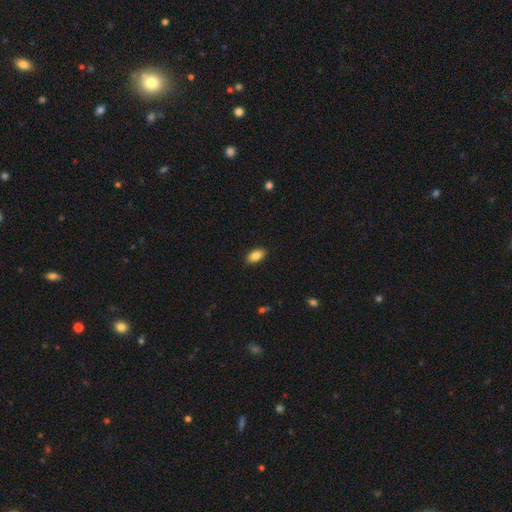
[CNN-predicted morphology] A smooth galaxy with no disk features (86%) that is in between round and cigar-shaped (92%).

Vote fractions:
- Smooth or featured? smooth: 86% / star or artifact: 8% / featured or disk: 7%
- How rounded? in between: 92% / round: 4% / cigar-shaped: 3%
- Merging? none: 90% / minor disturbance: 8% / major disturbance: 2% / merger: 1%